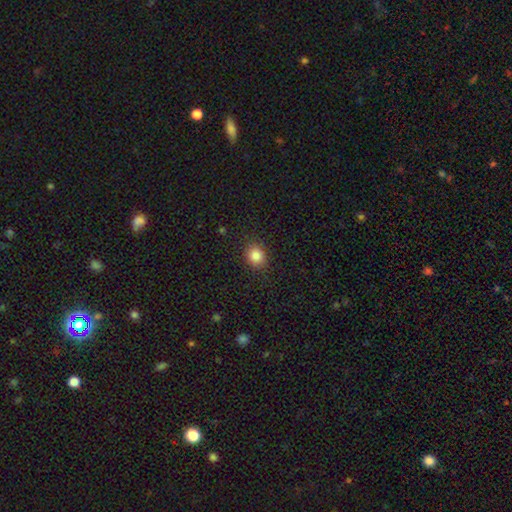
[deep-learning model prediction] Smooth or featured?
  - smooth: 84% *
  - star or artifact: 11%
  - featured or disk: 5%
How rounded?
  - round: 73% *
  - in between: 26%
  - cigar-shaped: 1%
Merging?
  - none: 88% *
  - minor disturbance: 8%
  - major disturbance: 3%
  - merger: 1%